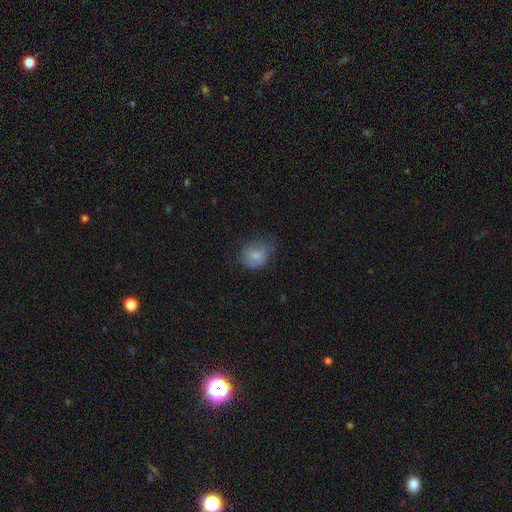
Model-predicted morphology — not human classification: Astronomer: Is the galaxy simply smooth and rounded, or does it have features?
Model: smooth — 75%.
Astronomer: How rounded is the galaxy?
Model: round — 55% (runner-up: in between, 44%).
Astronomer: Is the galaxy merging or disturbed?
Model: none — 50% (runner-up: minor disturbance, 35%).